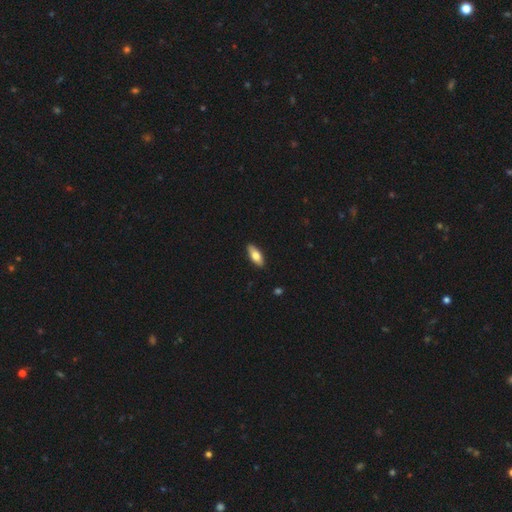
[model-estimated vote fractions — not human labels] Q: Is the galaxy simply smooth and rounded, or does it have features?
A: smooth — 72%.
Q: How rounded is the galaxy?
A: in between — 76%.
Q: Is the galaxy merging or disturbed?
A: none — 89%.